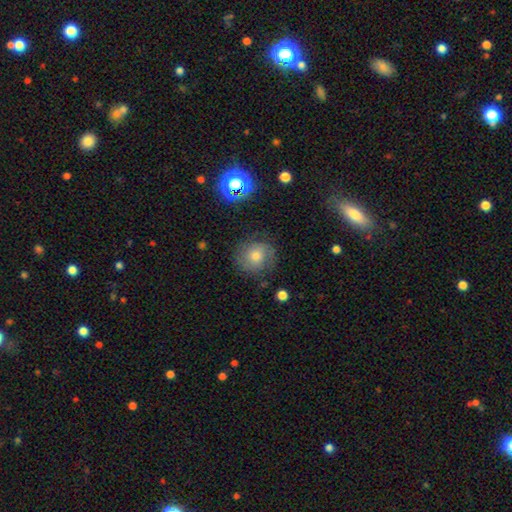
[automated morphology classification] Q: Smooth or featured?
A: smooth (46%); runner-up: featured or disk (37%)
Q: Merging?
A: none (76%); runner-up: minor disturbance (16%)